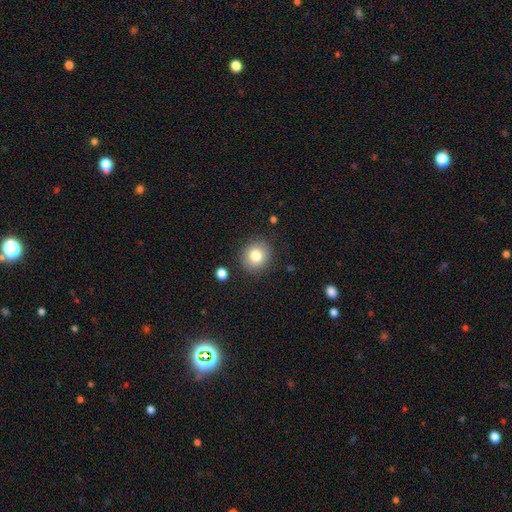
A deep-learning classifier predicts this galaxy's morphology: Smooth or featured? Predicted: smooth (p=0.80). How rounded? Predicted: round (p=0.85). Merging? Predicted: none (p=0.87).